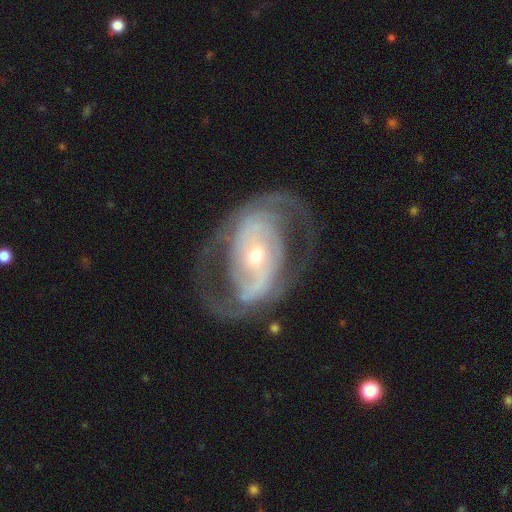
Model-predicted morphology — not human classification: Smooth or featured?
  - featured or disk: 86% *
  - smooth: 9%
  - star or artifact: 5%
Edge-on disk?
  - no: 95% *
  - yes: 5%
Bar?
  - no: 42% *
  - strong: 29%
  - weak: 29%
Spiral arms?
  - yes: 84% *
  - no: 16%
Spiral winding?
  - medium: 46% *
  - tight: 32%
  - loose: 22%
Spiral arm count?
  - 2: 81% *
  - can't tell: 10%
  - 3: 3%
  - 1: 2%
  - 4: 2%
  - more than 4: 1%
Bulge size?
  - small: 53% *
  - moderate: 41%
  - large: 4%
  - dominant: 1%
  - none: 1%
Merging?
  - none: 69% *
  - major disturbance: 16%
  - minor disturbance: 14%
  - merger: 1%